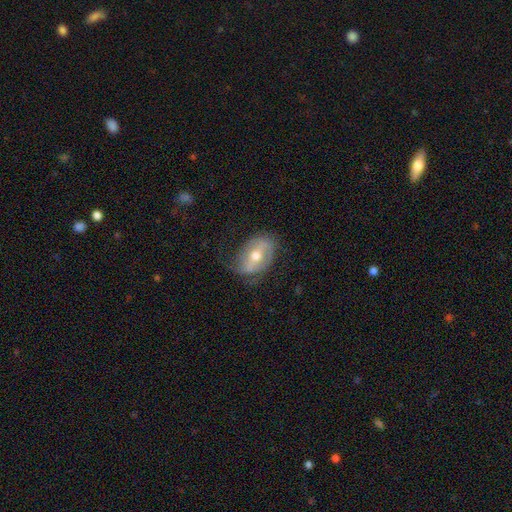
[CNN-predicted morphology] Smooth or featured? featured or disk (63%)
Edge-on disk? no (92%)
Bar? strong (39%)
Spiral arms? yes (62%)
Bulge size? moderate (75%)
Merging? none (60%)